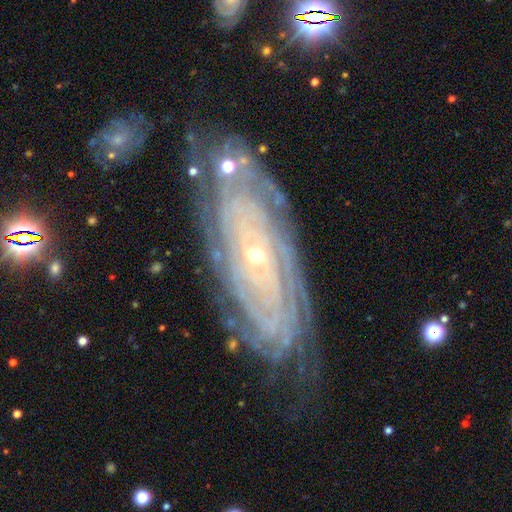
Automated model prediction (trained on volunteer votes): smooth-or-featured: featured or disk: 88% | smooth: 6% | star or artifact: 6%
  disk-edge-on: no: 90% | yes: 10%
    bar: no: 69% | weak: 22% | strong: 9%
    has-spiral-arms: yes: 96% | no: 4%
      spiral-winding: tight: 83% | medium: 13% | loose: 3%
      spiral-arm-count: can't tell: 40% | more than 4: 18% | 4: 14% | 2: 11% | 3: 11% | 1: 6%
    bulge-size: small: 73% | moderate: 23% | large: 1% | none: 1% | dominant: 1%
  merging: none: 73% | minor disturbance: 17% | major disturbance: 7% | merger: 2%